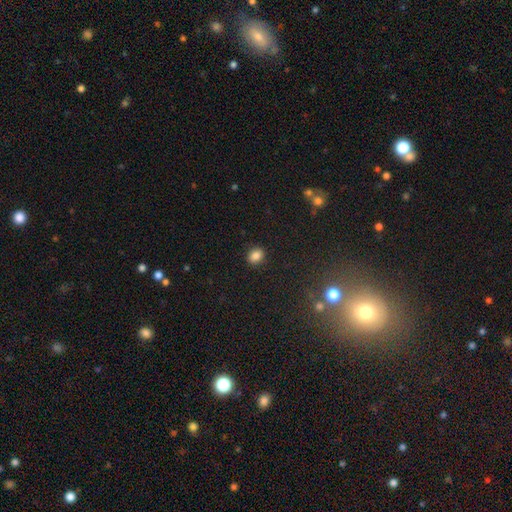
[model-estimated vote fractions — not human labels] Smooth or featured?
  - smooth: 83% *
  - star or artifact: 11%
  - featured or disk: 5%
How rounded?
  - round: 57% *
  - in between: 42%
  - cigar-shaped: 1%
Merging?
  - none: 89% *
  - minor disturbance: 8%
  - major disturbance: 2%
  - merger: 1%